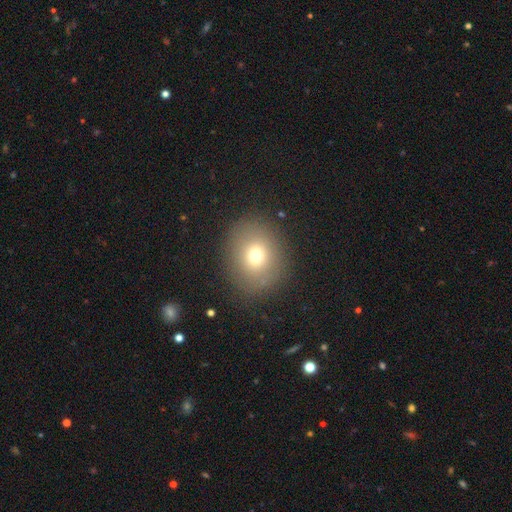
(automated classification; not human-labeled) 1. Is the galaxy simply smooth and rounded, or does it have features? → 72% smooth, 15% star or artifact, 14% featured or disk.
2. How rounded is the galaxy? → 71% round, 28% in between, 1% cigar-shaped.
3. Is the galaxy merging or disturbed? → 85% none, 9% minor disturbance, 4% major disturbance, 1% merger.